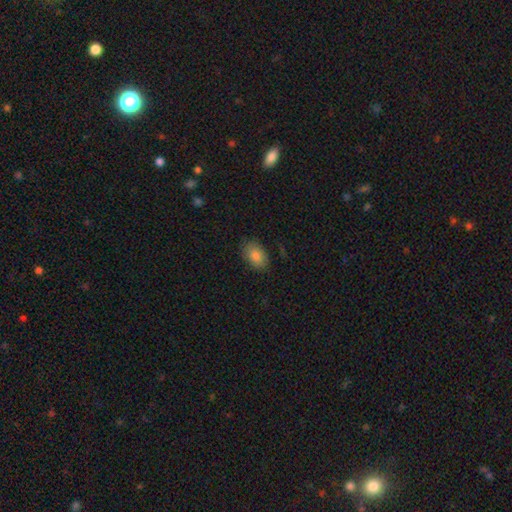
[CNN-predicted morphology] A smooth galaxy with no disk features (85%) that is in between round and cigar-shaped (85%). Merging: none (83%).